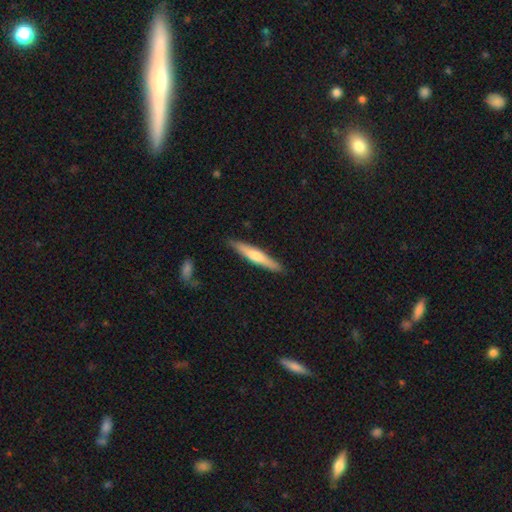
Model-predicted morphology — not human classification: This appears to be a smooth galaxy with no disk features (48%). Merging: none (88%).